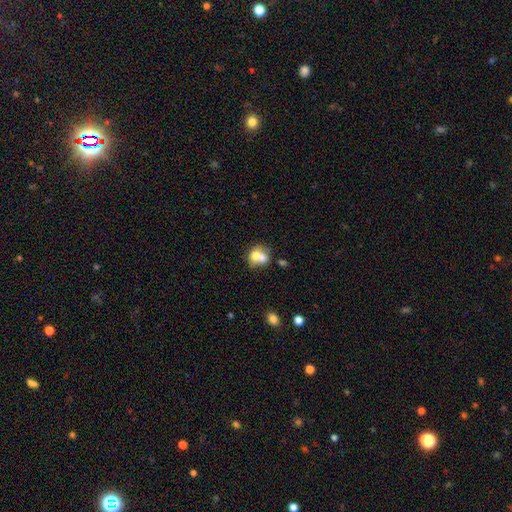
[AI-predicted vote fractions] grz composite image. It shows a smooth galaxy with no disk features (67%) that is round (60%). Merging: merger (63%).